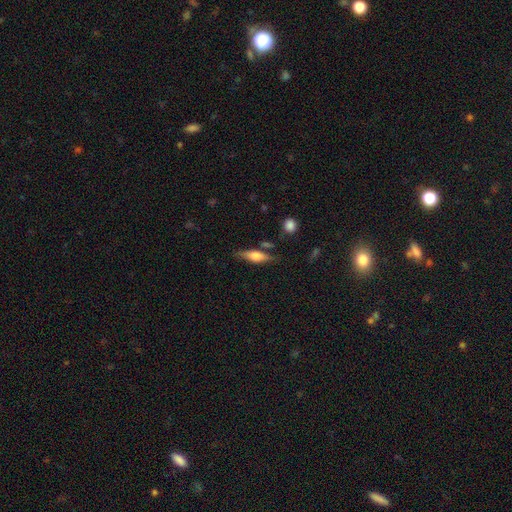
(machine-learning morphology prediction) This is possibly a smooth galaxy (48%). Merging: likely none (73%).